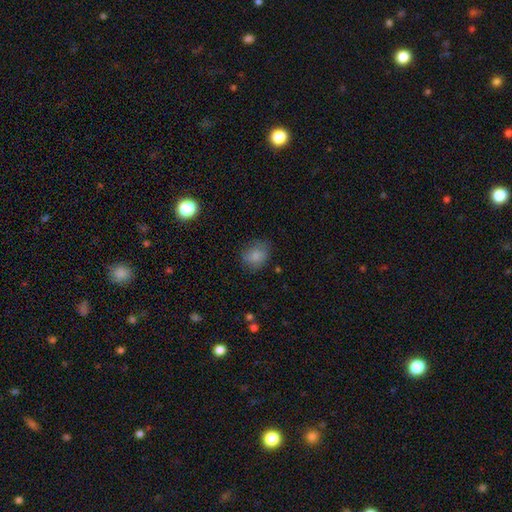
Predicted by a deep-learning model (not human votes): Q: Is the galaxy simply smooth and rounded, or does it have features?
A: smooth — 83%.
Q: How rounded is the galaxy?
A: round — 54%.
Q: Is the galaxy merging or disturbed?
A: none — 72%.